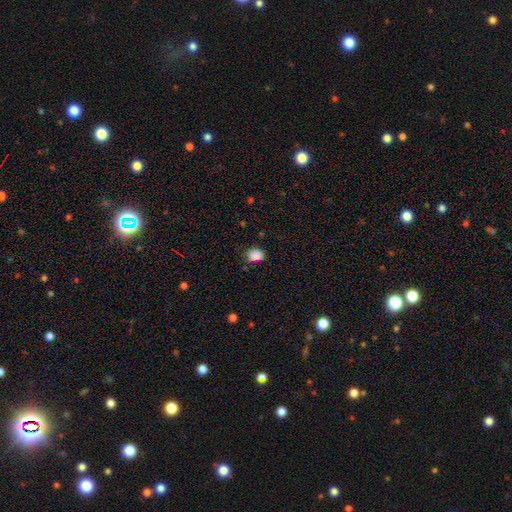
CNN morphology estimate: smooth 87%, star or artifact 10%, featured or disk 4%. Down the decision tree: how rounded — in between (60%); merging — none (74%).